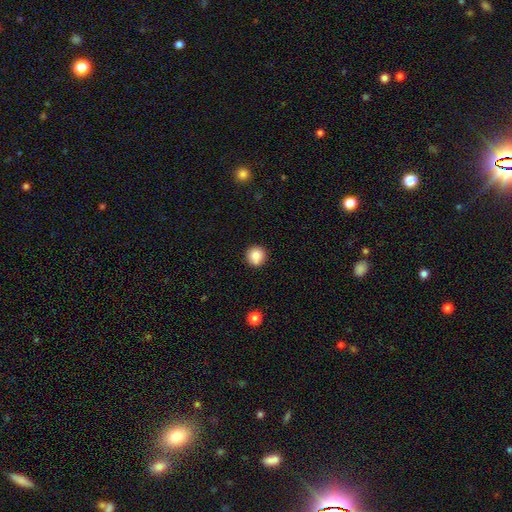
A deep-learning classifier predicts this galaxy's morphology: Smooth or featured? smooth (82%)
How rounded? round (95%)
Merging? none (87%)